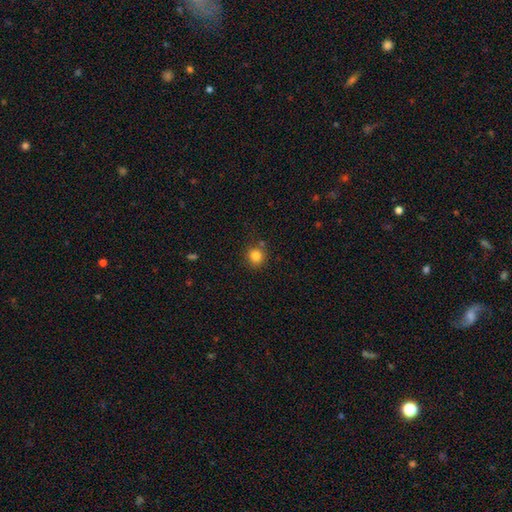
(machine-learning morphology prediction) smooth 83%, star or artifact 12%, featured or disk 5%. Down the decision tree: how rounded — round (90%); merging — none (80%).